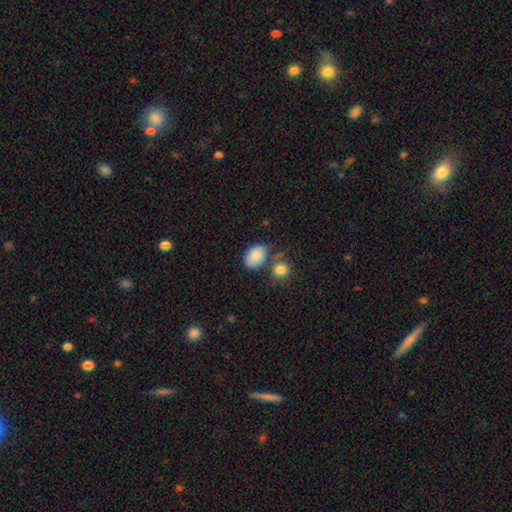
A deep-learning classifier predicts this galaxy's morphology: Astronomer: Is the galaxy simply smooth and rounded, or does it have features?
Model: smooth — 84%.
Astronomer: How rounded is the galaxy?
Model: in between — 82%.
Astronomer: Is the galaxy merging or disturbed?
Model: none — 55%.